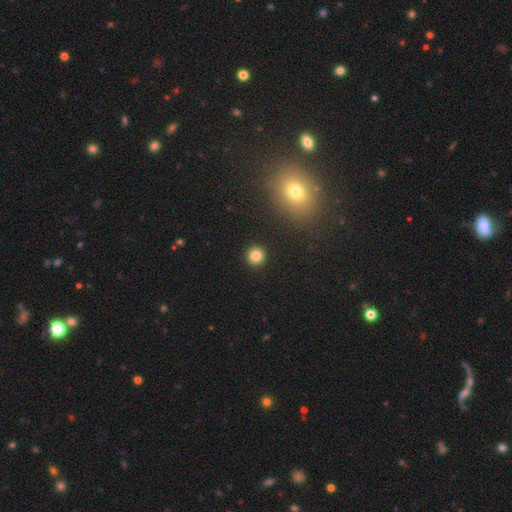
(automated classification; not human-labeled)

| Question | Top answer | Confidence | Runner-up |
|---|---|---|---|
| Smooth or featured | smooth | 83% | star or artifact (12%) |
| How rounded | round | 94% | in between (5%) |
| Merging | none | 93% | minor disturbance (4%) |